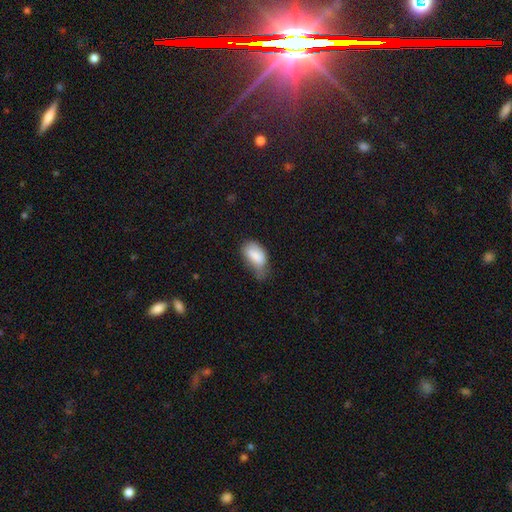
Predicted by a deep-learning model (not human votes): smooth 82%, featured or disk 11%, star or artifact 7%. Down the decision tree: how rounded — in between (92%); merging — minor disturbance (48%).